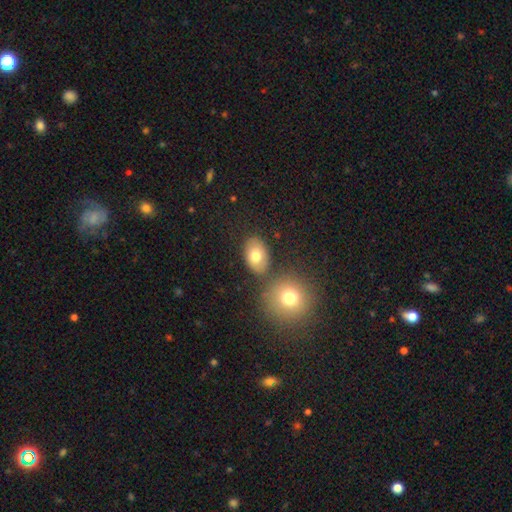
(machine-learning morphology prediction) Smooth or featured?
  - smooth: 76% *
  - featured or disk: 15%
  - star or artifact: 9%
How rounded?
  - in between: 79% *
  - round: 20%
  - cigar-shaped: 1%
Merging?
  - none: 75% *
  - minor disturbance: 11%
  - merger: 11%
  - major disturbance: 3%